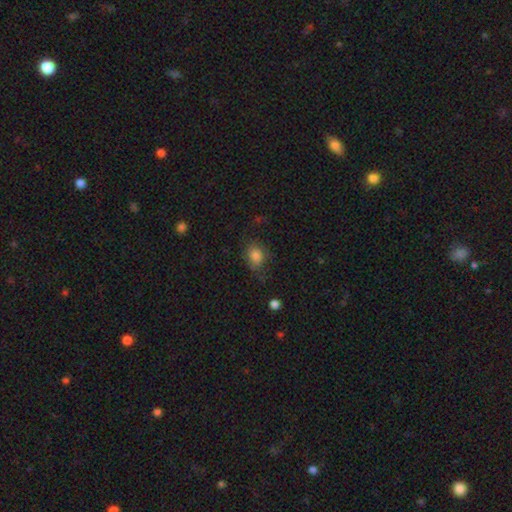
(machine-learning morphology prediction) type=smooth (82%); roundness=in between (60%); merging=none (62%).